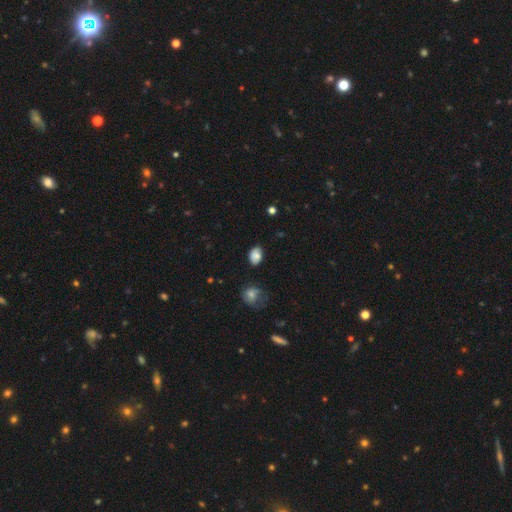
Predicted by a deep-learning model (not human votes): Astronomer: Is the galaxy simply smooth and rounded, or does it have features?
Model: smooth — 80%.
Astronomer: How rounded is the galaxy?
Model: in between — 79%.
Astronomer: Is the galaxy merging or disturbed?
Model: none — 75%.